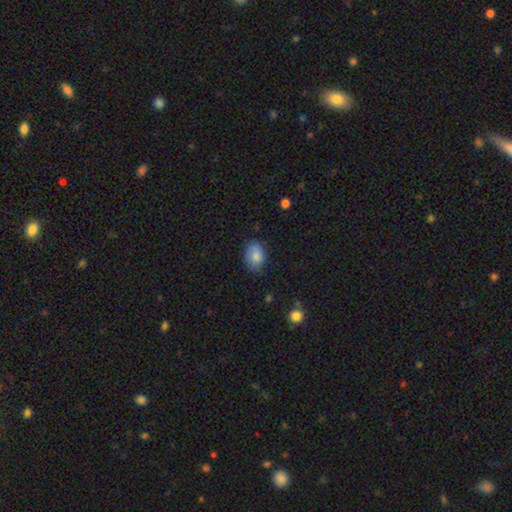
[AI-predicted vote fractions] Q: Smooth or featured?
A: smooth (83%); runner-up: featured or disk (10%)
Q: How rounded?
A: in between (77%); runner-up: round (22%)
Q: Merging?
A: none (73%); runner-up: minor disturbance (22%)